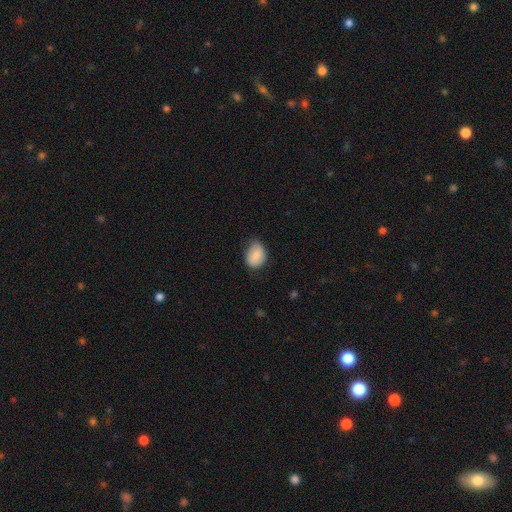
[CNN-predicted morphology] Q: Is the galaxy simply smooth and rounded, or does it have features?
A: smooth — 81%.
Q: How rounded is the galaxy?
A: in between — 70%.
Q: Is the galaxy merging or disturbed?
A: none — 61%.